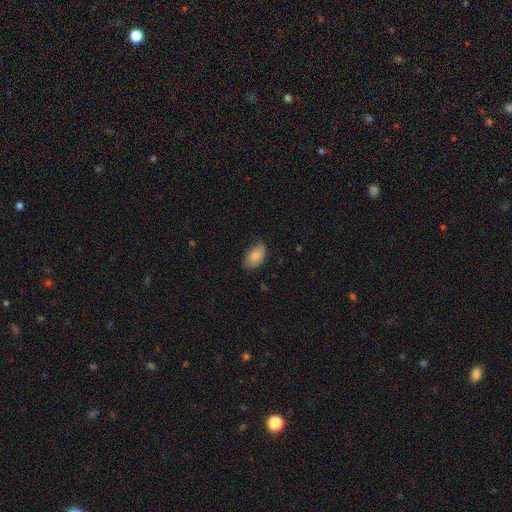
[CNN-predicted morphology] Smooth or featured? Predicted: smooth (p=0.83). How rounded? Predicted: in between (p=0.91). Merging? Predicted: none (p=0.71).